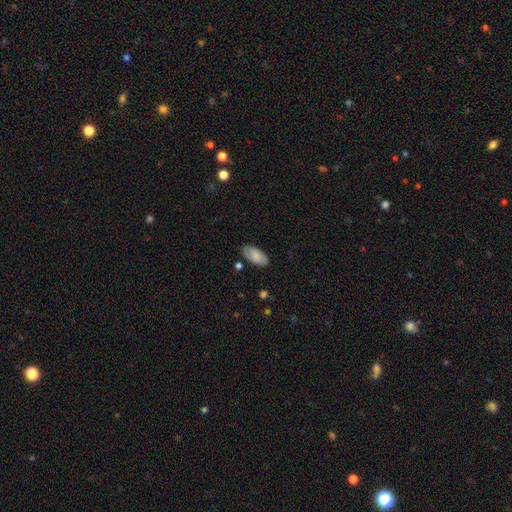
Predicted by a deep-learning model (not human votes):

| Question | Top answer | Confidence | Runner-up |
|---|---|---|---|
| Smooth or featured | smooth | 77% | featured or disk (16%) |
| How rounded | in between | 93% | cigar-shaped (4%) |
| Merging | none | 80% | minor disturbance (14%) |